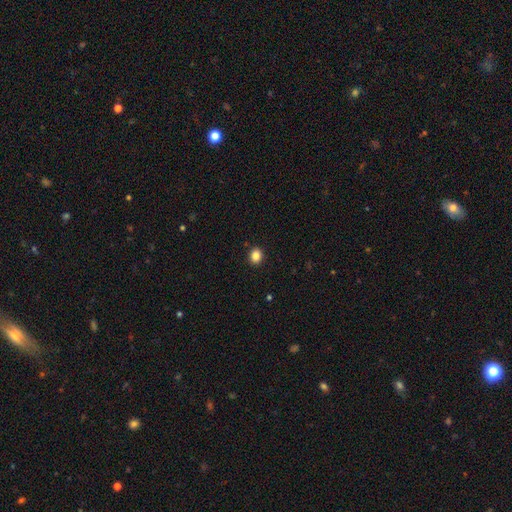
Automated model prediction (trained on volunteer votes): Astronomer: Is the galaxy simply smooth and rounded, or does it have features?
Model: smooth — 85%.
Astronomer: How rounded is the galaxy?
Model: round — 64%.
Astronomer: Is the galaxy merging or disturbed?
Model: none — 91%.